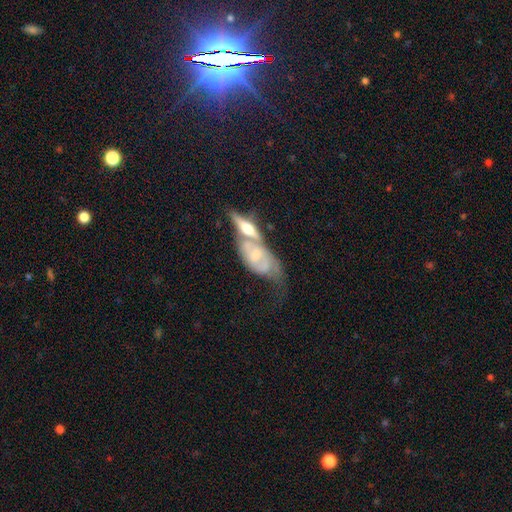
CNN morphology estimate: Q: Smooth or featured?
A: featured or disk (67%); runner-up: smooth (27%)
Q: Edge-on disk?
A: no (70%); runner-up: yes (30%)
Q: Merging?
A: merger (61%); runner-up: none (17%)